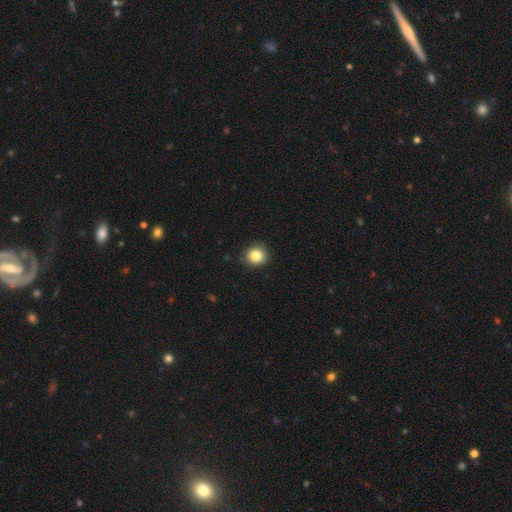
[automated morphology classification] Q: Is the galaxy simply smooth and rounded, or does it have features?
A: smooth — 84%.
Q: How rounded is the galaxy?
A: round — 90%.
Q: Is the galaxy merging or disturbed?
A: none — 90%.